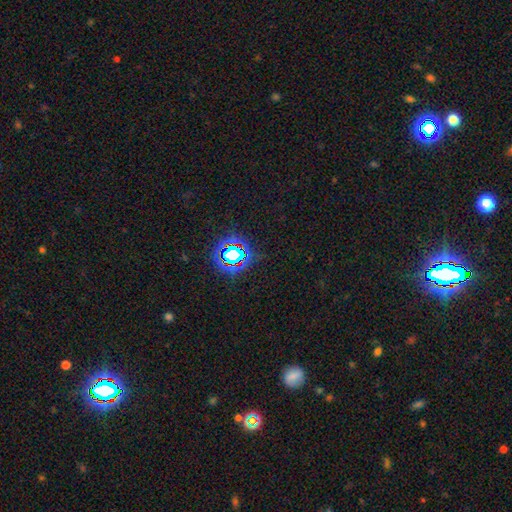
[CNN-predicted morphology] This is clearly a star or artifact rather than a galaxy (80%).